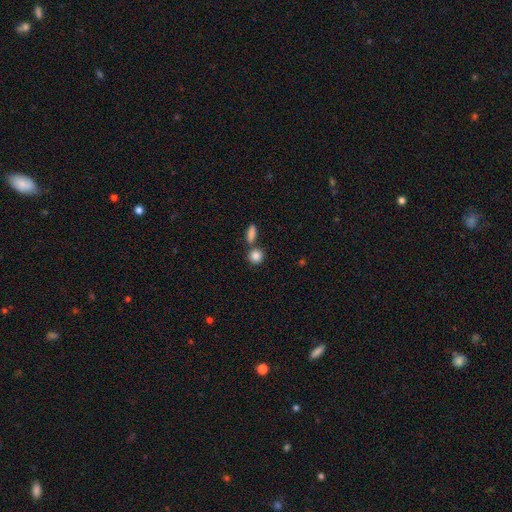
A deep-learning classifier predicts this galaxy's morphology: Smooth or featured? Predicted: smooth (p=0.86). How rounded? Predicted: round (p=0.81). Merging? Predicted: none (p=0.63).